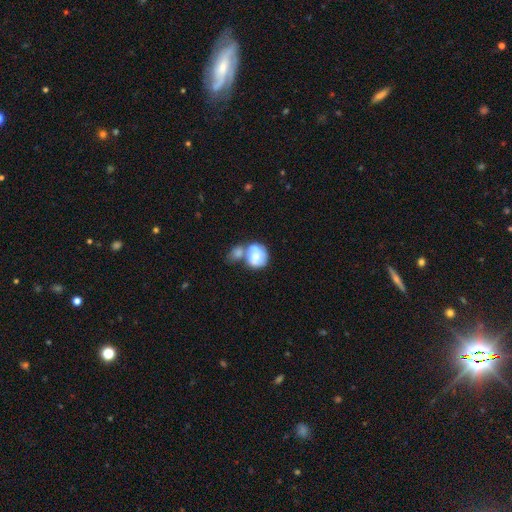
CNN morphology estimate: Smooth or featured: smooth — 62% (featured or disk — 32%)
How rounded: round — 66% (in between — 33%)
Merging: merger — 62% (none — 19%)